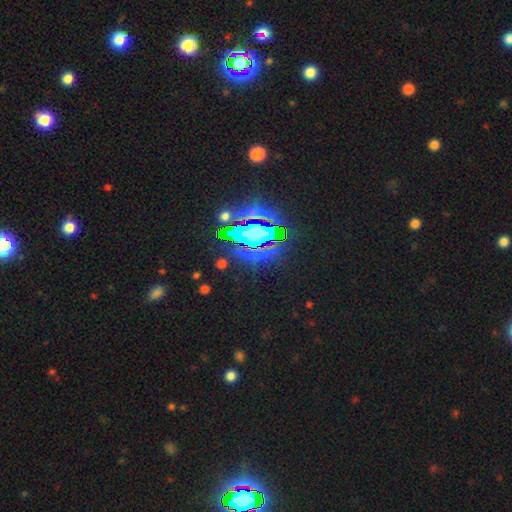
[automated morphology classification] The model was most divided on "smooth or featured": star or artifact: 70%, smooth: 16%, featured or disk: 15%.